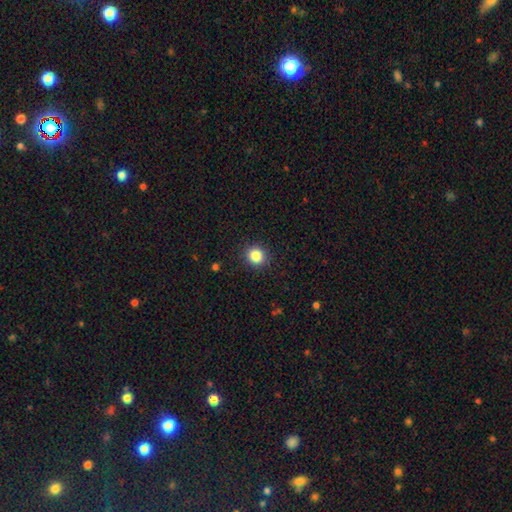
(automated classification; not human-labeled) smooth_or_featured: smooth (p=0.85) [alt: star or artifact p=0.11]
how_rounded: round (p=0.90) [alt: in between p=0.09]
merging: none (p=0.91) [alt: minor disturbance p=0.06]